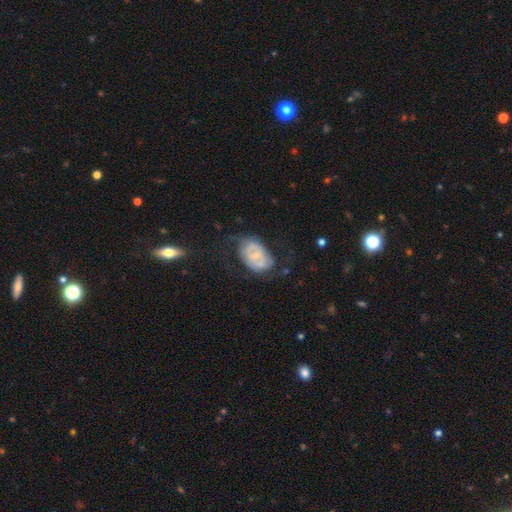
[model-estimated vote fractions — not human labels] A featured or disk galaxy (59%) with no bar (58%), spiral arms (56%) and a small central bulge (62%).

Vote fractions:
- Smooth or featured? featured or disk: 59% / smooth: 34% / star or artifact: 7%
- Edge-on disk? no: 96% / yes: 4%
- Bar? no: 58% / weak: 32% / strong: 9%
- Spiral arms? yes: 56% / no: 44%
- Bulge size? small: 62% / moderate: 30% / none: 5% / large: 2% / dominant: 1%
- Merging? none: 43% / minor disturbance: 27% / major disturbance: 27% / merger: 3%